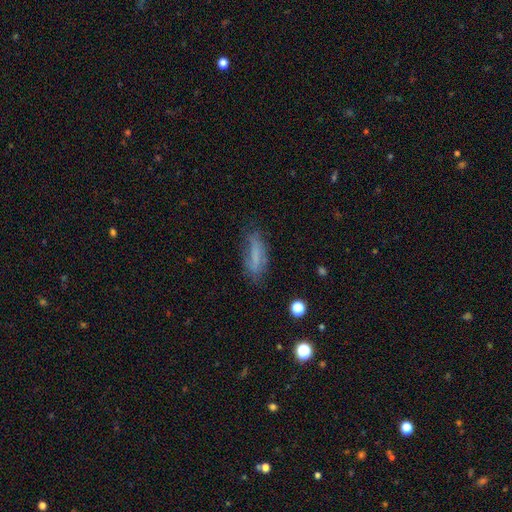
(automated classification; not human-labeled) Smooth or featured? Predicted: smooth (p=0.61). How rounded? Predicted: cigar-shaped (p=0.50). Merging? Predicted: none (p=0.63).